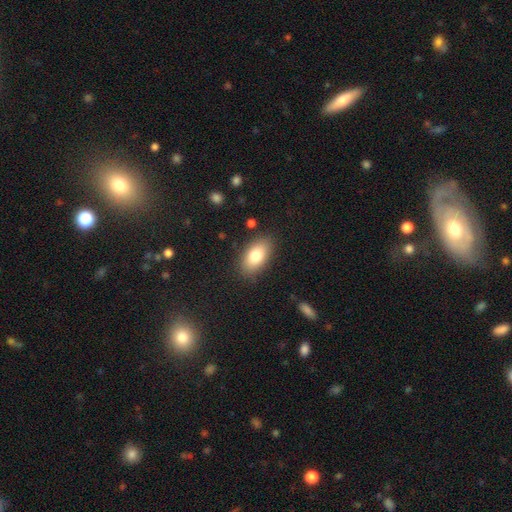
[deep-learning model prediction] A smooth galaxy with no disk features (80%) that is in between round and cigar-shaped (92%).

Vote fractions:
- Smooth or featured? smooth: 80% / featured or disk: 13% / star or artifact: 7%
- How rounded? in between: 92% / round: 5% / cigar-shaped: 3%
- Merging? none: 85% / minor disturbance: 10% / major disturbance: 3% / merger: 1%